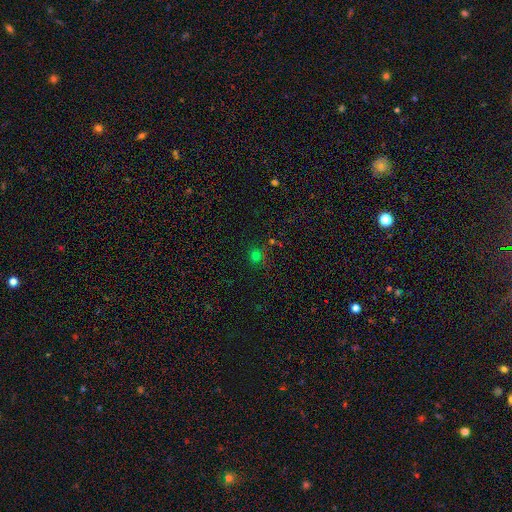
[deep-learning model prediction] Overall: smooth (62%; star or artifact 31%). How rounded: round (85%). Merging: none (72%).